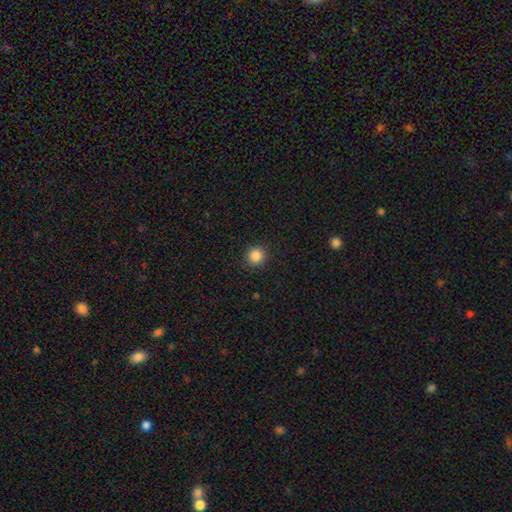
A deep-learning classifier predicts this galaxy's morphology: A smooth galaxy with no disk features (86%) that is round (94%). Merging: none (91%).